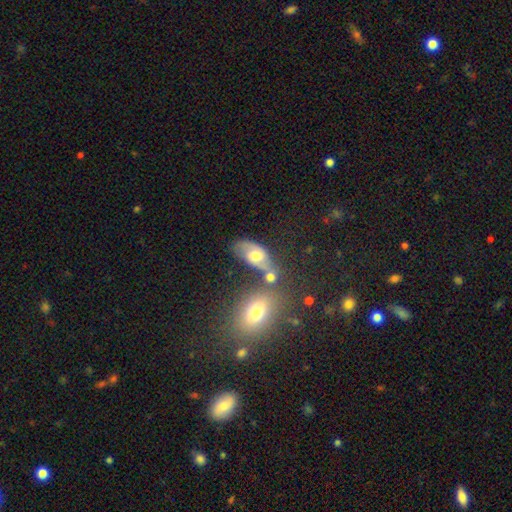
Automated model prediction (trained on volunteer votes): This appears to be a smooth galaxy with no disk features (51%) that is in between round and cigar-shaped (84%). Merging: none (42%).